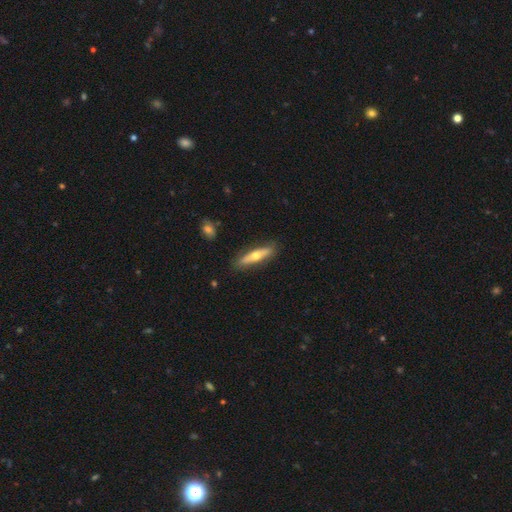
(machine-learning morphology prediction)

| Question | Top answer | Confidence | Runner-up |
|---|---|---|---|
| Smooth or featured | featured or disk | 51% | smooth (43%) |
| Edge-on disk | yes | 86% | no (14%) |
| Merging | none | 86% | minor disturbance (10%) |